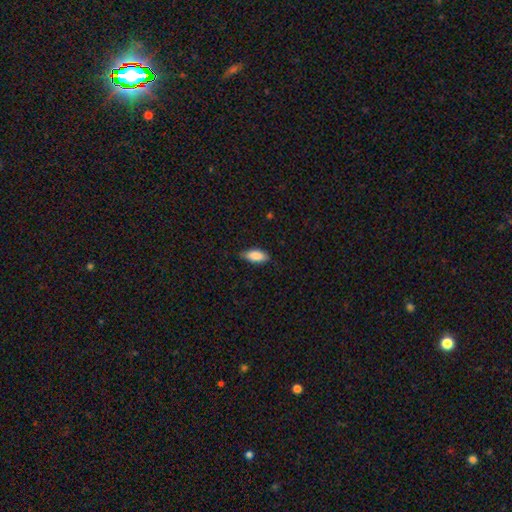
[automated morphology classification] Smooth or featured? Predicted: smooth (p=0.87). How rounded? Predicted: in between (p=0.86). Merging? Predicted: none (p=0.80).